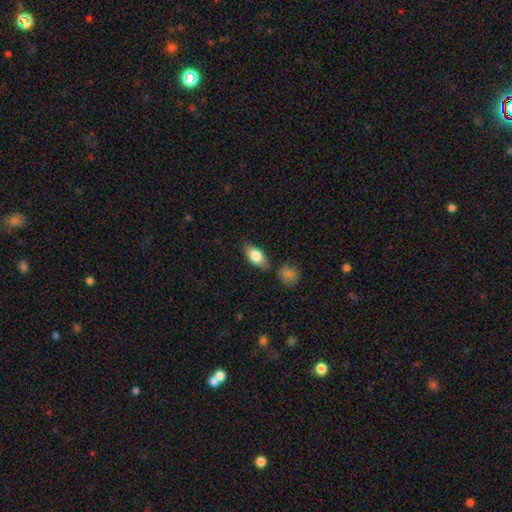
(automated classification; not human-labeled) smooth 77%, featured or disk 16%, star or artifact 7%. Down the decision tree: how rounded — in between (86%); merging — none (74%).